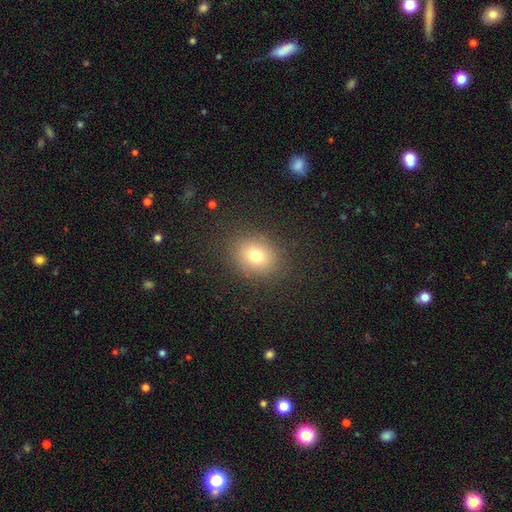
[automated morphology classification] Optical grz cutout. It shows a smooth galaxy with no disk features (75%) that is round (59%). Merging: none (86%).